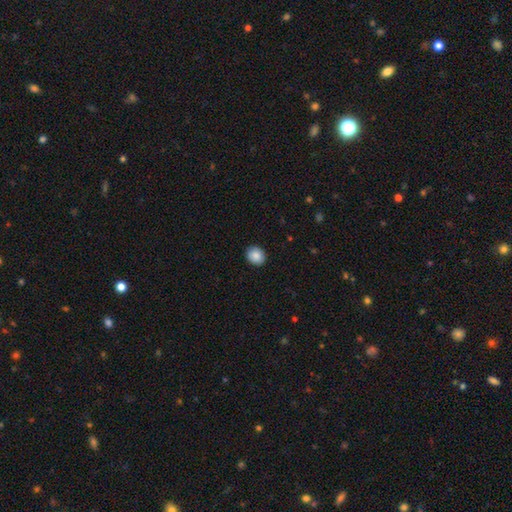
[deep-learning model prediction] Overall: smooth (87%). How rounded: round (71%). Merging: none (91%).